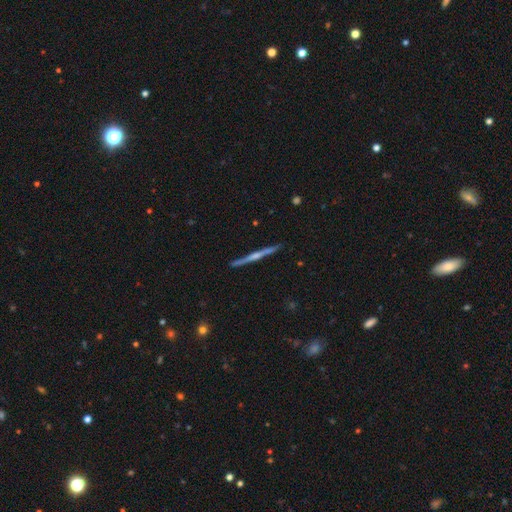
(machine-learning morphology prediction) Overall: featured or disk (79%). Edge-on disk: yes (98%). Edge-on bulge: rounded (73%). Merging: none (92%).